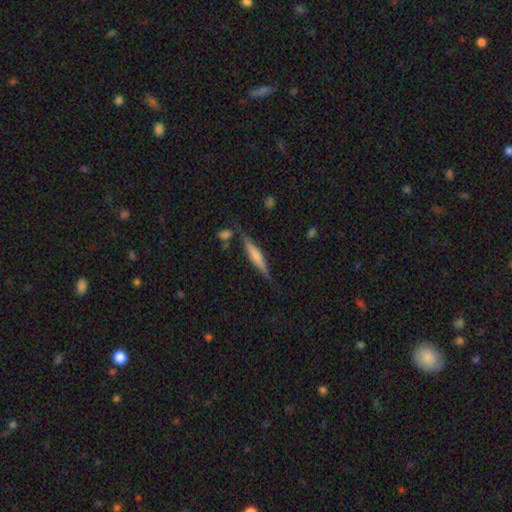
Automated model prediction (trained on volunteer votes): Smooth or featured: featured or disk — 54% (smooth — 39%)
Edge-on disk: yes — 96% (no — 4%)
Edge-on bulge: rounded — 56% (none — 23%)
Merging: none — 78% (minor disturbance — 12%)